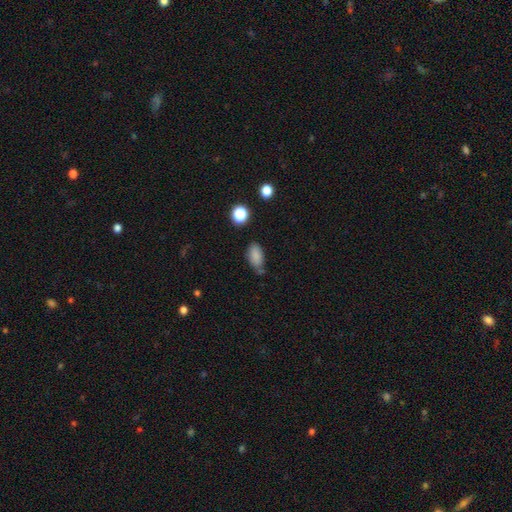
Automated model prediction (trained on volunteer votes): Q: Smooth or featured?
A: smooth (84%); runner-up: star or artifact (10%)
Q: How rounded?
A: in between (89%); runner-up: round (6%)
Q: Merging?
A: none (63%); runner-up: minor disturbance (24%)